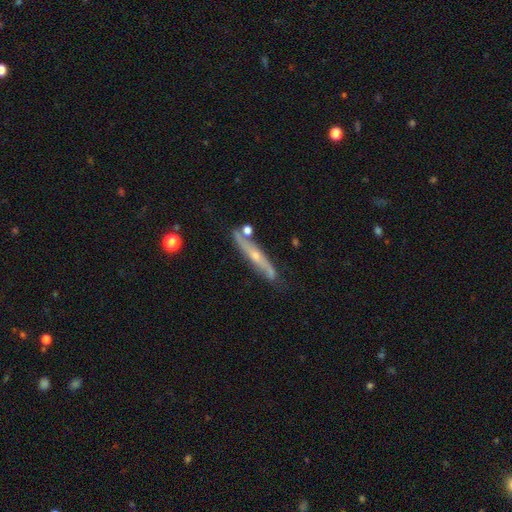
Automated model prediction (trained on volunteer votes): featured or disk 73%, smooth 20%, star or artifact 7%. Down the decision tree: edge-on disk — yes (77%); edge-on bulge — rounded (79%); merging — none (72%).